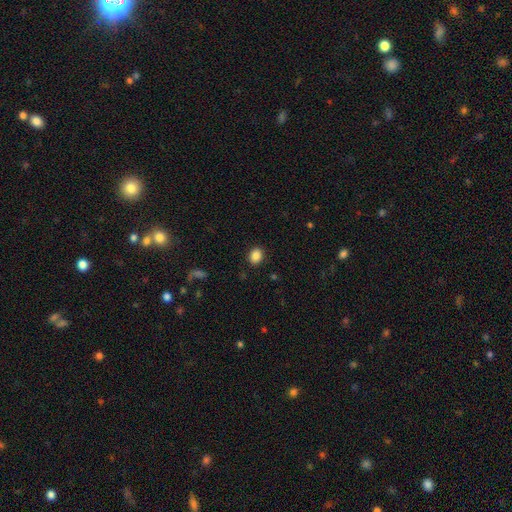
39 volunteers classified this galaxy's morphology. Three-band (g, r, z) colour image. It shows a smooth galaxy with no disk features (85%) that is in between round and cigar-shaped (55%). Merging: none (84%).